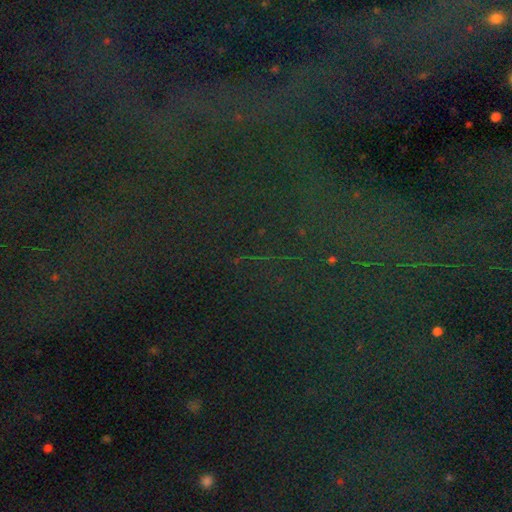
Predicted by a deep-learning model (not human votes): Overall: star or artifact (81%).